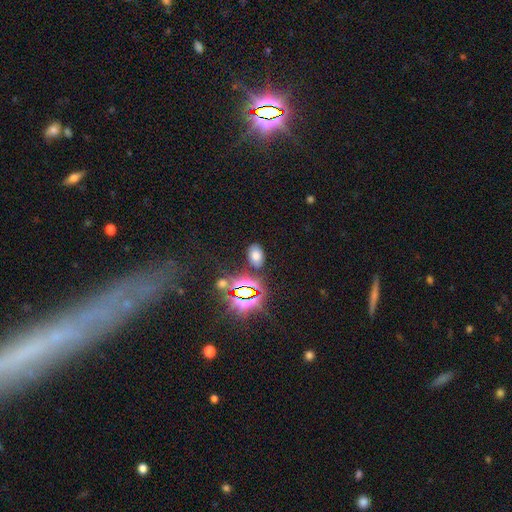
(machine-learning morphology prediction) Smooth or featured? smooth (64%)
How rounded? in between (88%)
Merging? none (84%)